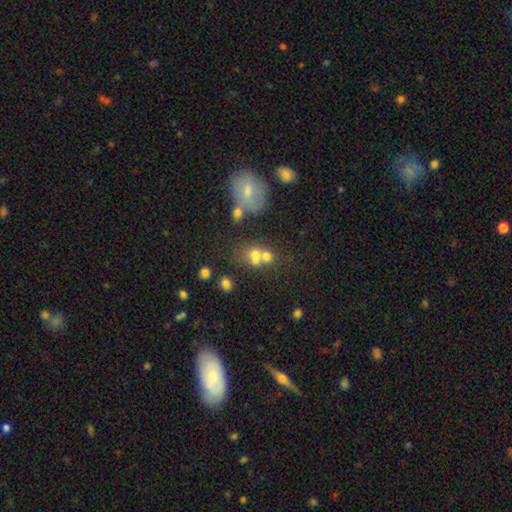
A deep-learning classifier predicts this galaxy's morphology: Q: Smooth or featured?
A: smooth (61%); runner-up: featured or disk (22%)
Q: How rounded?
A: round (59%); runner-up: in between (39%)
Q: Merging?
A: merger (55%); runner-up: none (29%)